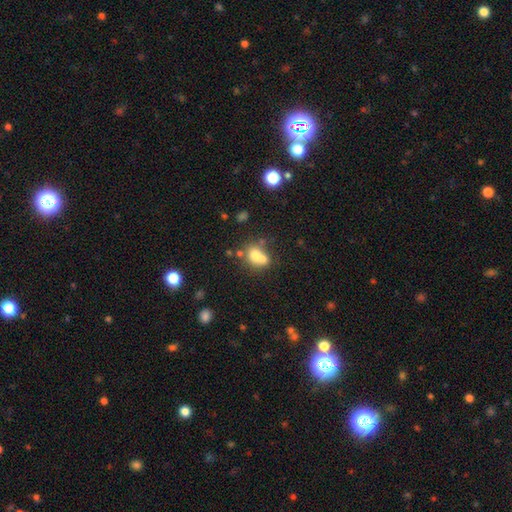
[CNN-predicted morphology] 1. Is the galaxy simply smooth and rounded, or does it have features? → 68% smooth, 19% featured or disk, 13% star or artifact.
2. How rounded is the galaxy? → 60% round, 39% in between, 1% cigar-shaped.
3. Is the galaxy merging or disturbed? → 51% merger, 34% none, 10% minor disturbance, 5% major disturbance.